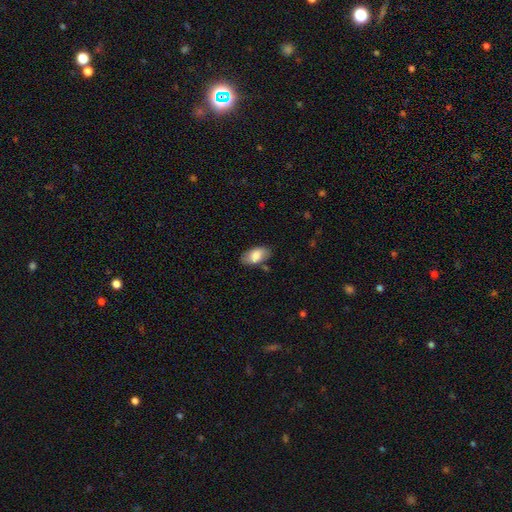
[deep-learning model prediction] Morphology: type=smooth (79%); roundness=in between (94%); merging=none (79%).